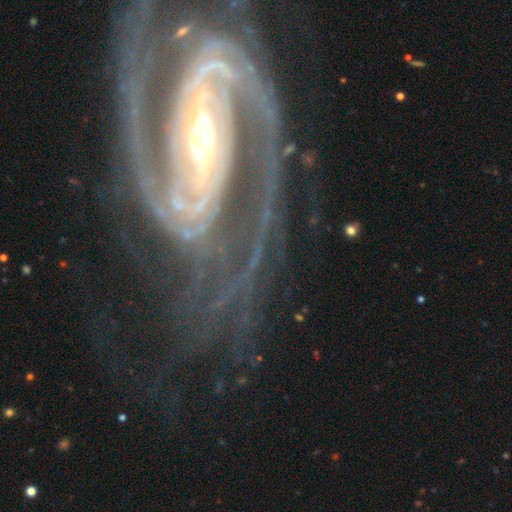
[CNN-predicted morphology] featured or disk 92%, star or artifact 5%, smooth 3%. Down the decision tree: edge-on disk — no (96%); bar — strong (59%); spiral arms — yes (98%); spiral arm count — 2 (61%); spiral winding — tight (58%); bulge size — small (48%); merging — none (65%).